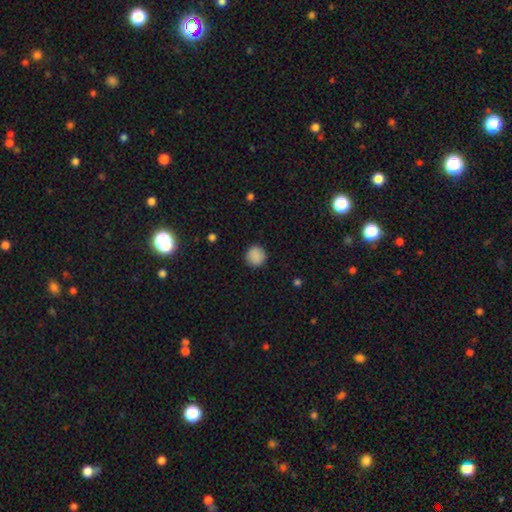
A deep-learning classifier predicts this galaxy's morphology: Overall: smooth (88%). How rounded: round (93%). Merging: none (90%).